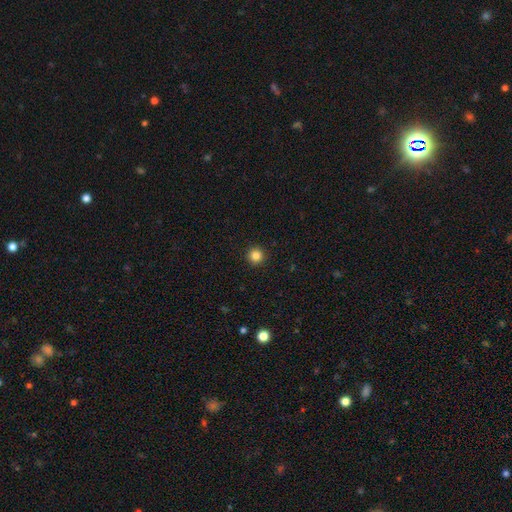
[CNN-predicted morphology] Overall: smooth (85%). How rounded: round (96%). Merging: none (93%).